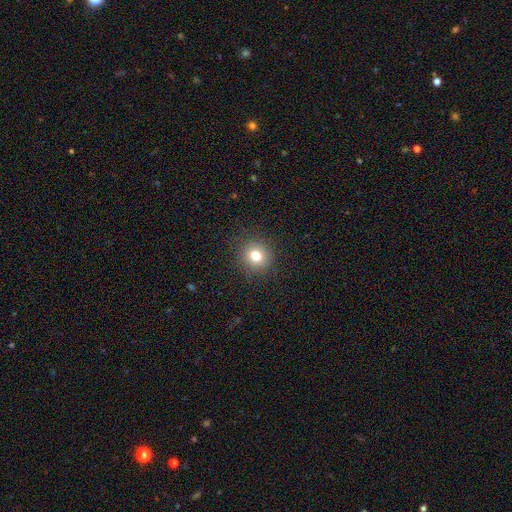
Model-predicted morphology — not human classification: Overall: smooth (78%). How rounded: round (91%). Merging: none (90%).